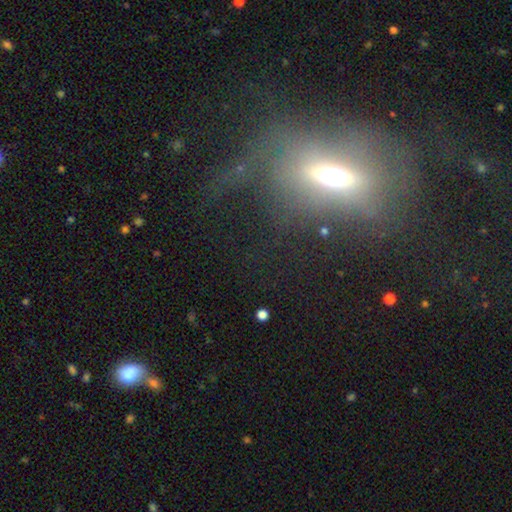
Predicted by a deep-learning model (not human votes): A featured or disk galaxy (41%). Merging: none (50%).